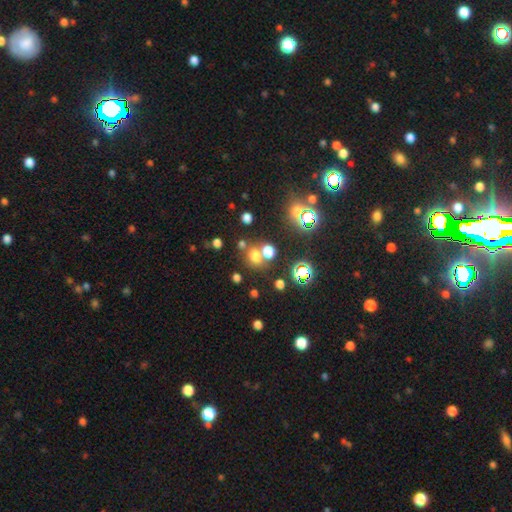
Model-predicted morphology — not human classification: This appears to be a smooth galaxy with no disk features (62%) that is round (72%). Merging: none (61%).